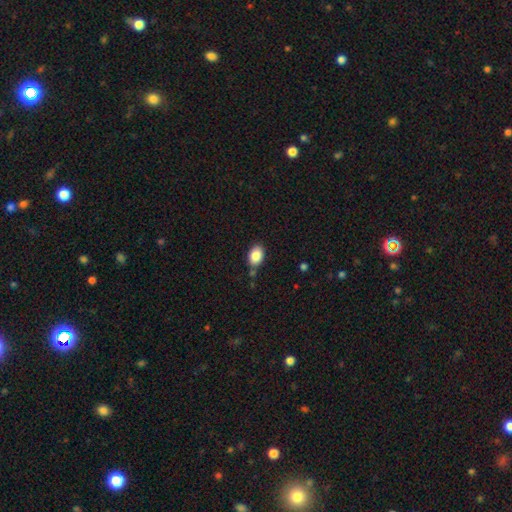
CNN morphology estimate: This is clearly a smooth galaxy (87%). How rounded: clearly in between (82%). Merging: likely none (77%).